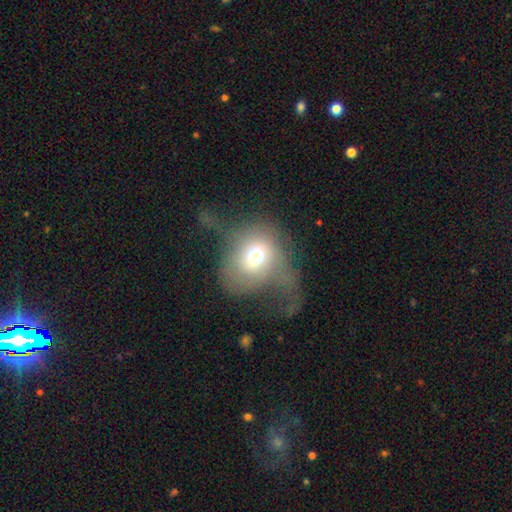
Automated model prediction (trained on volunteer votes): This appears to be a smooth galaxy with no disk features (61%) that is round (68%). Merging: major disturbance (58%).